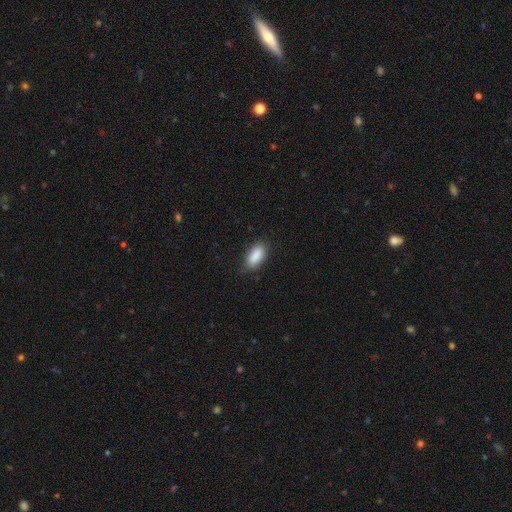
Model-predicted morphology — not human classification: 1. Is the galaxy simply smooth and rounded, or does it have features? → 89% smooth, 7% star or artifact, 4% featured or disk.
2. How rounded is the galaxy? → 87% in between, 11% cigar-shaped, 2% round.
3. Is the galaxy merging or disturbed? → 83% none, 14% minor disturbance, 3% major disturbance, 1% merger.